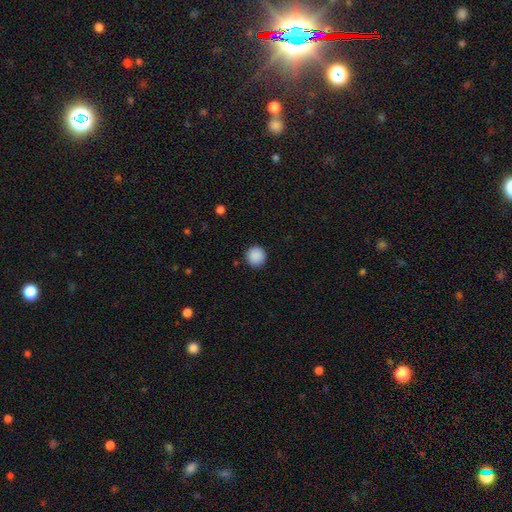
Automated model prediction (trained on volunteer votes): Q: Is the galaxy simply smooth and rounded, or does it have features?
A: smooth — 89%.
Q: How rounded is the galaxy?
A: round — 94%.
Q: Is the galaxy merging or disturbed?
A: none — 92%.